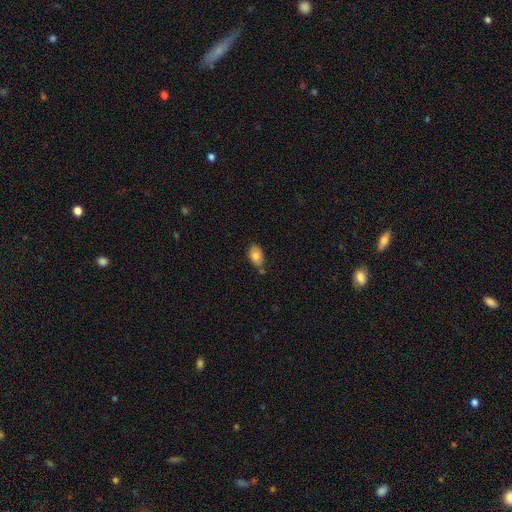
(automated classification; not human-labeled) Morphology: type=smooth (79%); roundness=in between (89%); merging=none (68%).